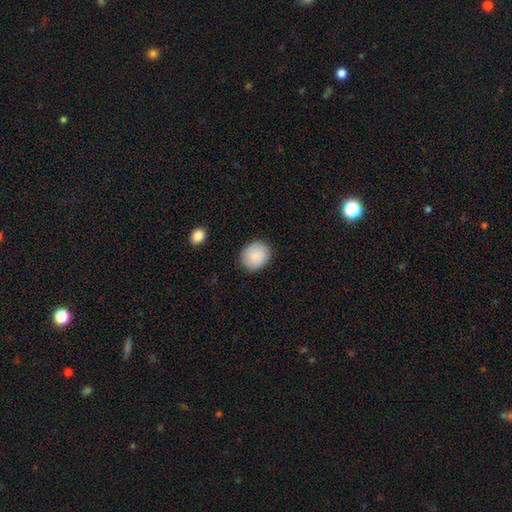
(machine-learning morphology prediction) Q: Smooth or featured?
A: smooth (88%); runner-up: star or artifact (7%)
Q: How rounded?
A: round (72%); runner-up: in between (27%)
Q: Merging?
A: none (87%); runner-up: minor disturbance (10%)